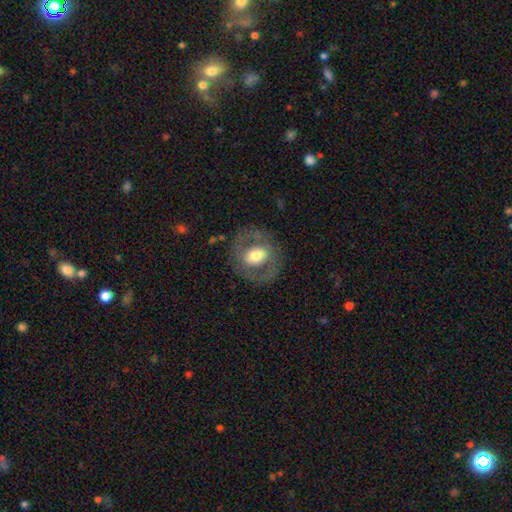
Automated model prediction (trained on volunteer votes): This appears to be a featured or disk galaxy (52%). Merging: none (78%).